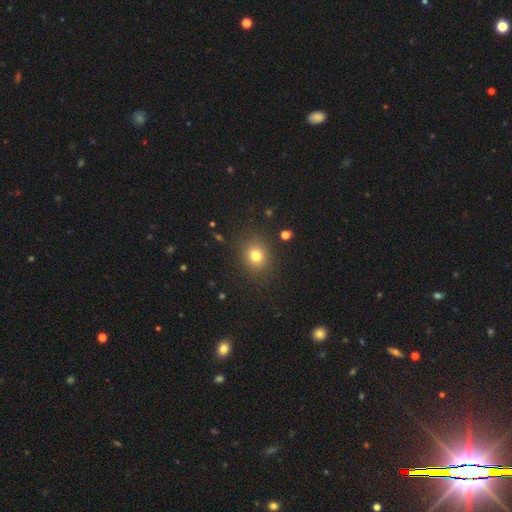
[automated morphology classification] Smooth or featured? Predicted: smooth (p=0.78). How rounded? Predicted: round (p=0.71). Merging? Predicted: none (p=0.86).